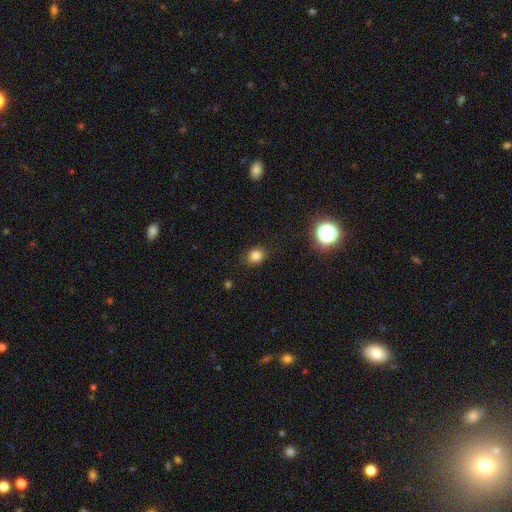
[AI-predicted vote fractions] A smooth galaxy with no disk features (81%) that is round (63%). Merging: none (78%).